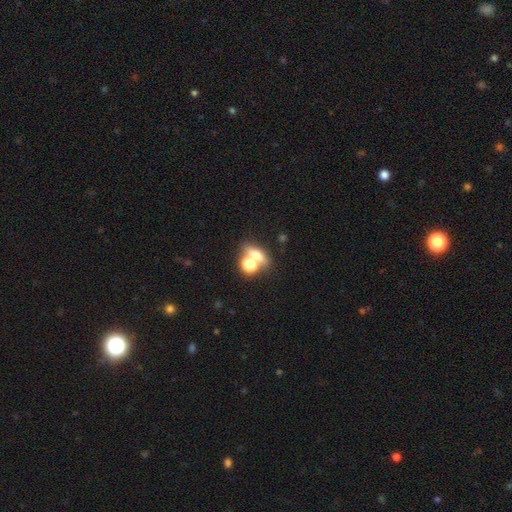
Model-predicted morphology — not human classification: Q: Smooth or featured?
A: smooth (62%); runner-up: star or artifact (22%)
Q: How rounded?
A: in between (46%); runner-up: round (42%)
Q: Merging?
A: none (47%); runner-up: merger (39%)